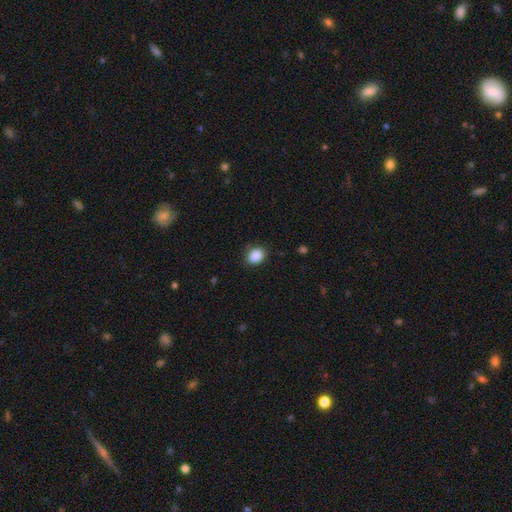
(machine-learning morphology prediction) Q: Smooth or featured?
A: smooth (89%); runner-up: star or artifact (8%)
Q: How rounded?
A: in between (54%); runner-up: round (45%)
Q: Merging?
A: none (83%); runner-up: minor disturbance (13%)